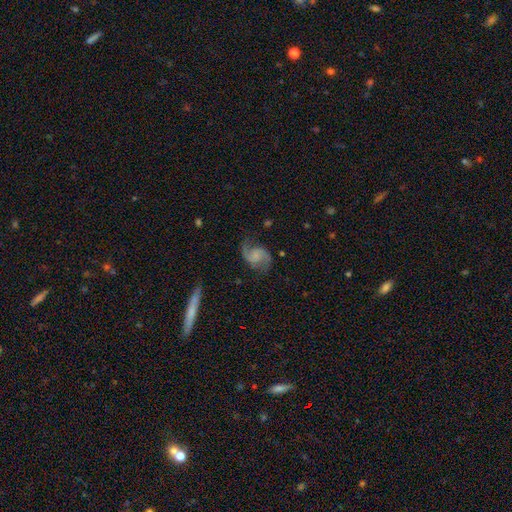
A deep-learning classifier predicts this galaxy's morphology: smooth-or-featured: featured or disk: 85% | smooth: 9% | star or artifact: 6%
  disk-edge-on: no: 98% | yes: 2%
    bar: no: 62% | weak: 32% | strong: 6%
    has-spiral-arms: yes: 97% | no: 3%
      spiral-winding: loose: 48% | medium: 43% | tight: 9%
      spiral-arm-count: 2: 93% | 1: 2% | can't tell: 2% | 3: 1% | 4: 1% | more than 4: 1%
    bulge-size: none: 44% | small: 34% | moderate: 17% | large: 4% | dominant: 2%
  merging: none: 75% | minor disturbance: 16% | major disturbance: 8% | merger: 2%